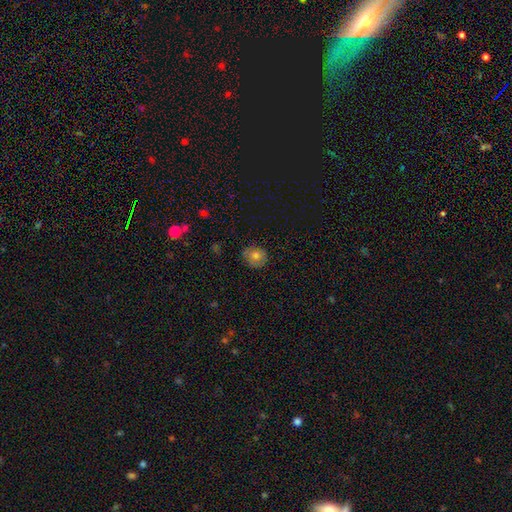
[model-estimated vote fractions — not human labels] Overall: smooth (76%). How rounded: round (75%). Merging: none (80%).